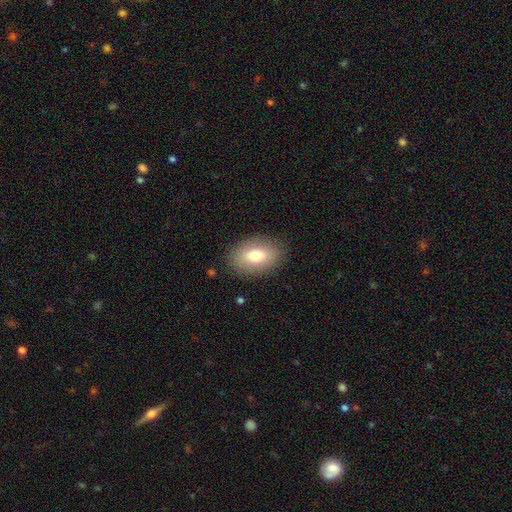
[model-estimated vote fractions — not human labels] Overall: smooth (75%). How rounded: in between (86%). Merging: none (86%).